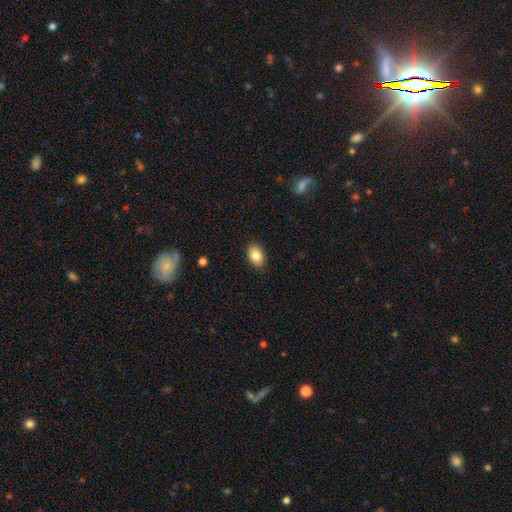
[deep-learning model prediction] Overall: smooth (84%). How rounded: in between (83%). Merging: none (86%).